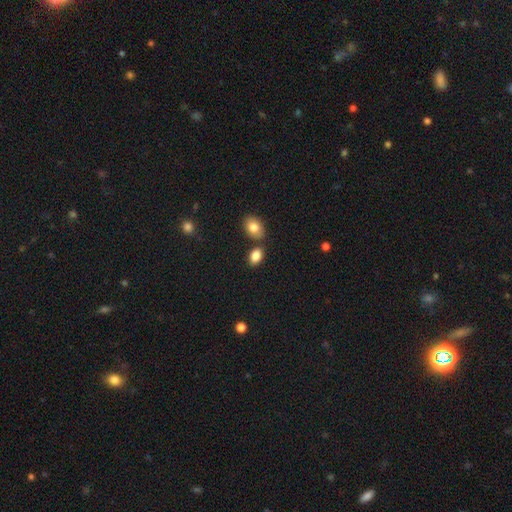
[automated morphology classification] Smooth or featured: smooth — 86% (star or artifact — 9%)
How rounded: in between — 86% (round — 13%)
Merging: none — 70% (merger — 15%)